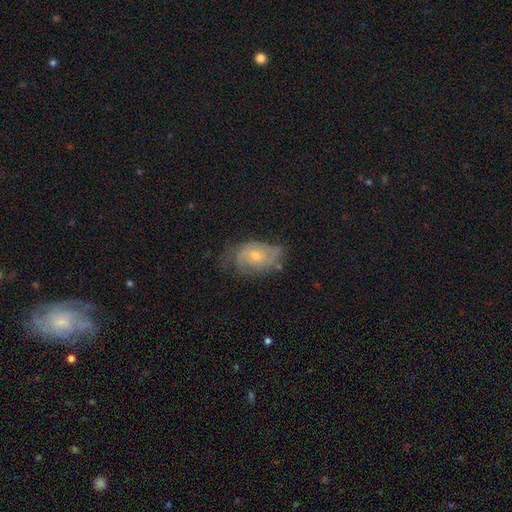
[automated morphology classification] featured or disk 65%, smooth 26%, star or artifact 9%. Down the decision tree: edge-on disk — no (95%); bar — no (76%); spiral arms — yes (79%); bulge size — moderate (57%); merging — none (52%).